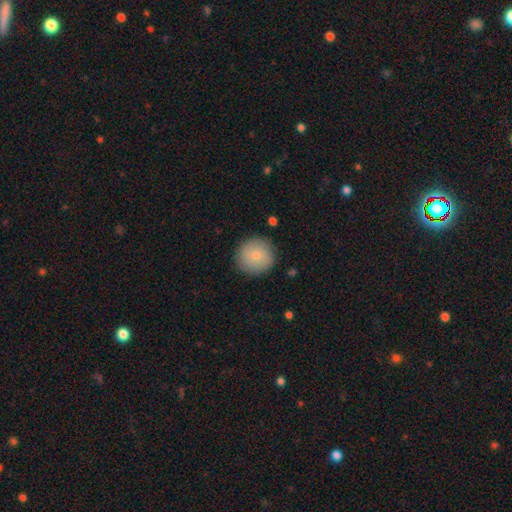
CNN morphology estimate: smooth_or_featured: smooth (p=0.79) [alt: featured or disk p=0.14]
how_rounded: round (p=0.94) [alt: in between p=0.05]
merging: none (p=0.88) [alt: minor disturbance p=0.09]